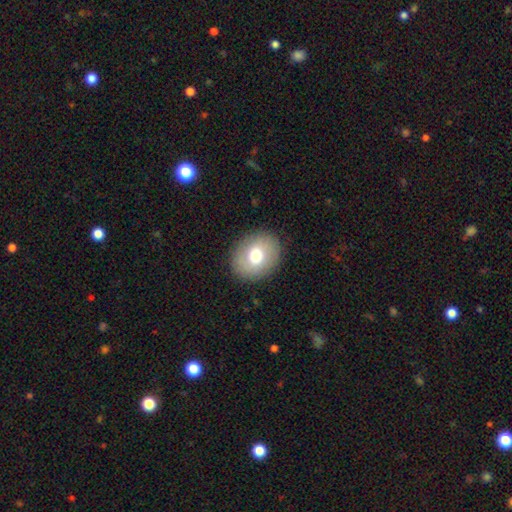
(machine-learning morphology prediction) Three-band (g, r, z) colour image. It shows a smooth galaxy with no disk features (71%) that is round (52%). Merging: none (88%).